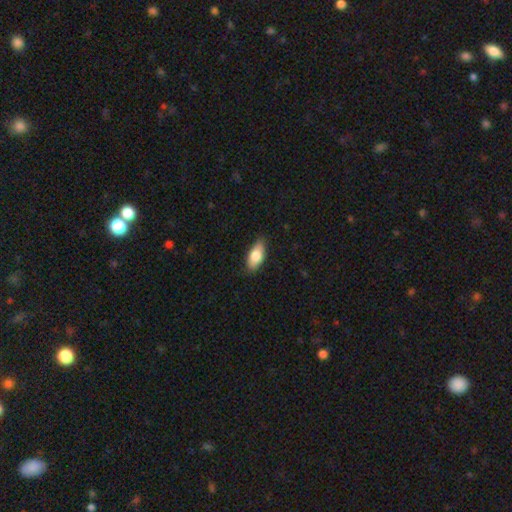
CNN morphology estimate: smooth 80%, featured or disk 14%, star or artifact 6%. Down the decision tree: how rounded — in between (88%); merging — none (84%).